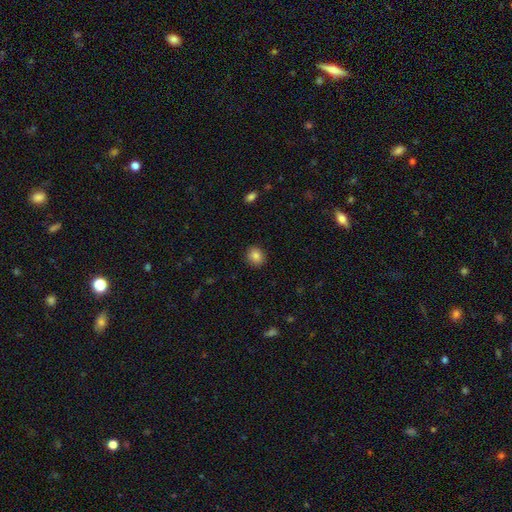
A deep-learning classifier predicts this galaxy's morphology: Smooth or featured? smooth (84%)
How rounded? round (77%)
Merging? none (90%)